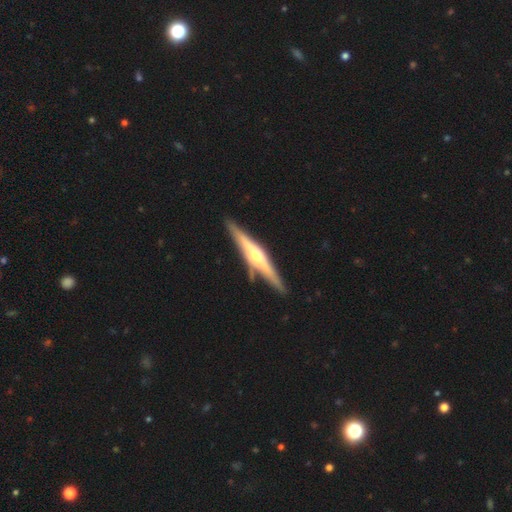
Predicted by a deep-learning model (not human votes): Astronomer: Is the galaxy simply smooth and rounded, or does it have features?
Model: featured or disk — 79%.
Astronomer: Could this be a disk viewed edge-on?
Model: yes — 97%.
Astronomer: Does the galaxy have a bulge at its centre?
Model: rounded — 89%.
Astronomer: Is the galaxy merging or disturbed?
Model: none — 84%.